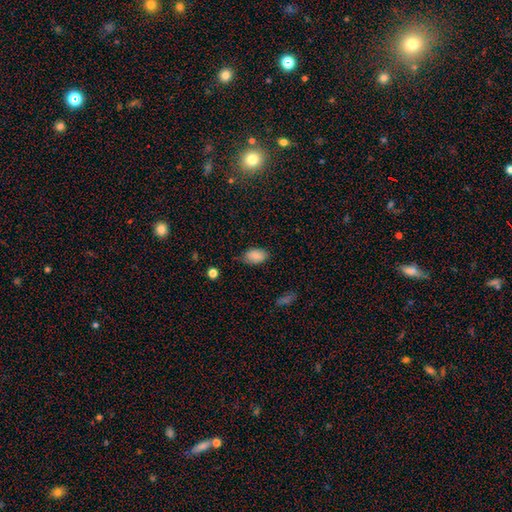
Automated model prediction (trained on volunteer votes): This is clearly a smooth galaxy (83%). How rounded: clearly in between (92%). Merging: likely none (65%).